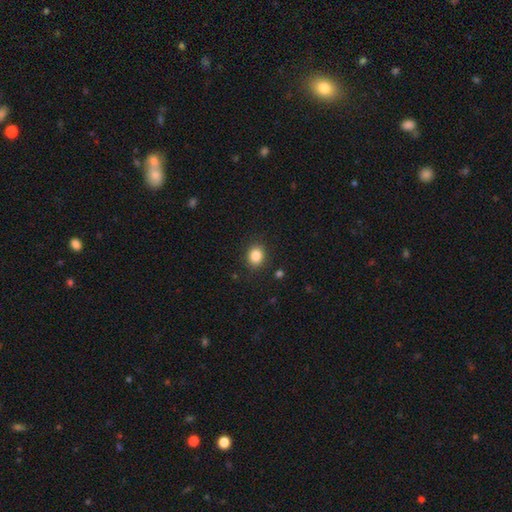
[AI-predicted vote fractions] Smooth or featured? smooth (85%)
How rounded? round (59%)
Merging? none (88%)